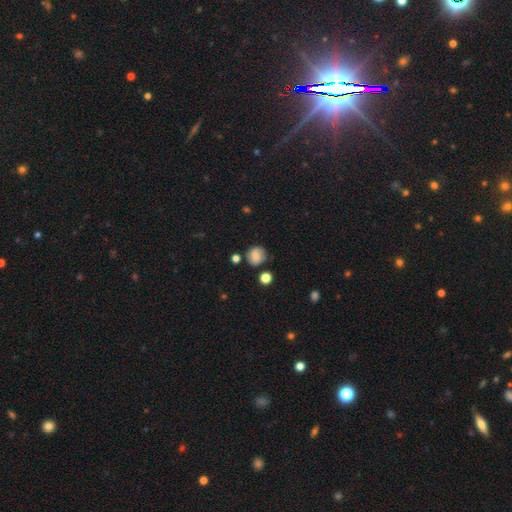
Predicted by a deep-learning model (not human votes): smooth_or_featured: smooth (p=0.78) [alt: featured or disk p=0.11]
how_rounded: round (p=0.84) [alt: in between p=0.15]
merging: none (p=0.72) [alt: minor disturbance p=0.18]